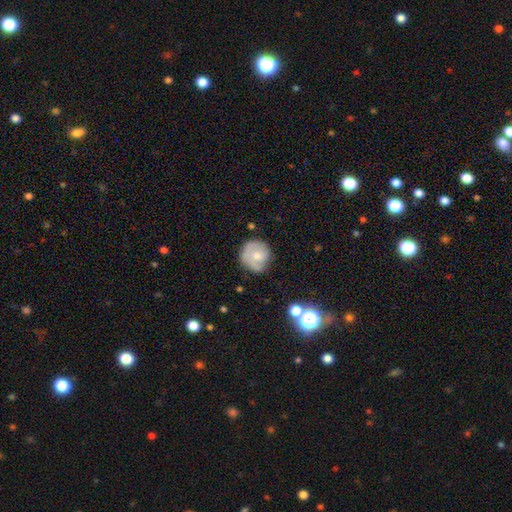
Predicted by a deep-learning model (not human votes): Smooth or featured?
  - smooth: 53% *
  - featured or disk: 39%
  - star or artifact: 7%
How rounded?
  - round: 86% *
  - in between: 13%
  - cigar-shaped: 1%
Merging?
  - none: 62% *
  - minor disturbance: 25%
  - major disturbance: 10%
  - merger: 3%